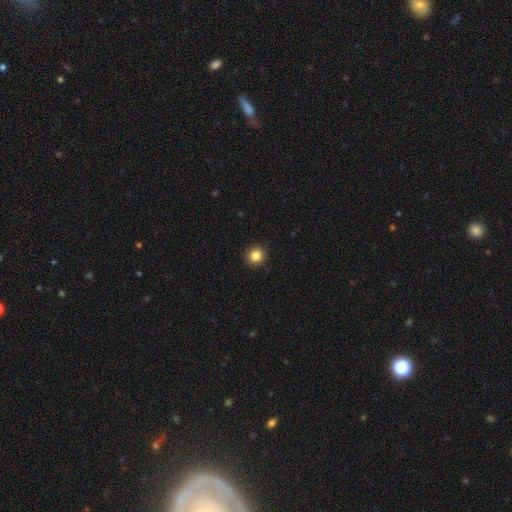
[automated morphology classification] smooth_or_featured: smooth (p=0.84) [alt: star or artifact p=0.11]
how_rounded: round (p=0.94) [alt: in between p=0.05]
merging: none (p=0.93) [alt: minor disturbance p=0.05]